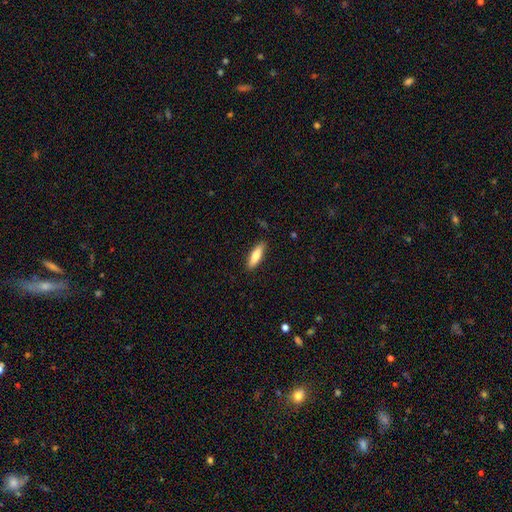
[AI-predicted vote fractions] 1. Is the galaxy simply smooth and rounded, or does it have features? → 79% smooth, 15% featured or disk, 6% star or artifact.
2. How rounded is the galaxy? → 54% cigar-shaped, 44% in between, 2% round.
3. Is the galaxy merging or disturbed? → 87% none, 10% minor disturbance, 2% major disturbance, 1% merger.